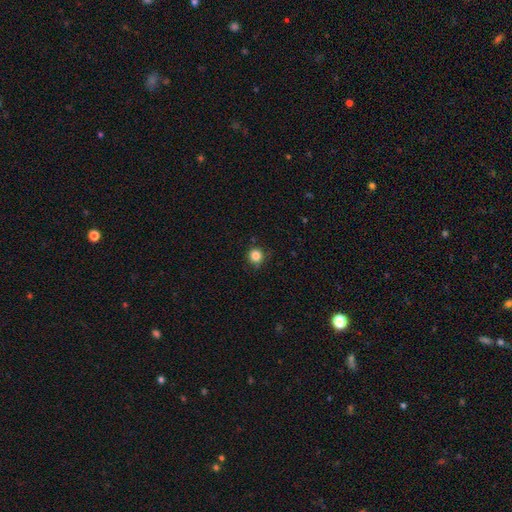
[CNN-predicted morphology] A smooth galaxy with no disk features (84%) that is round (94%). Merging: none (85%).